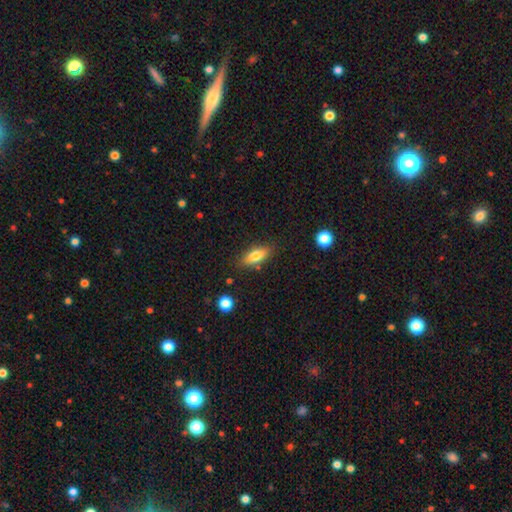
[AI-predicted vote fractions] Morphology: type=smooth (75%); roundness=in between (74%); merging=none (82%).